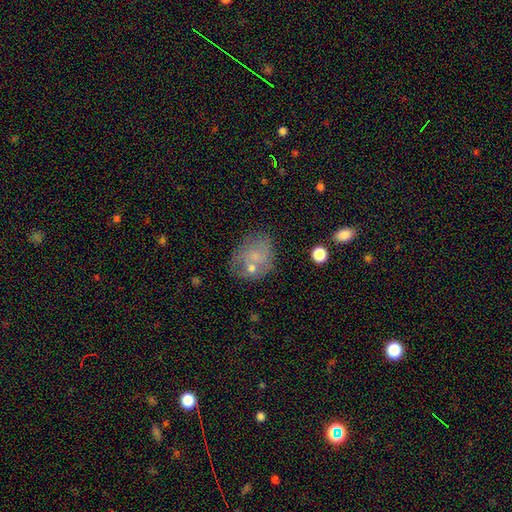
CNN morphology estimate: Smooth or featured?
  - smooth: 52% *
  - featured or disk: 37%
  - star or artifact: 11%
How rounded?
  - round: 52% *
  - in between: 47%
  - cigar-shaped: 1%
Merging?
  - none: 49% *
  - minor disturbance: 23%
  - merger: 16%
  - major disturbance: 13%